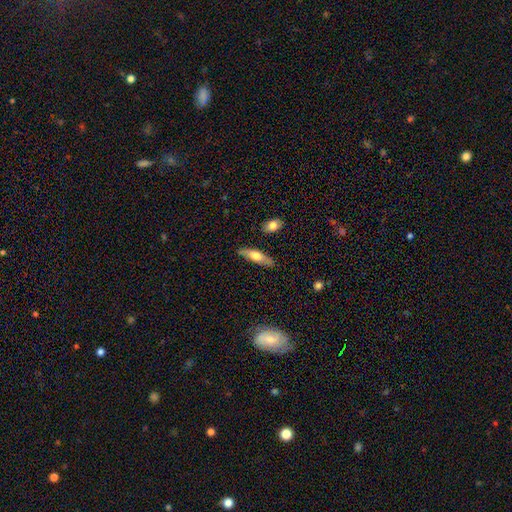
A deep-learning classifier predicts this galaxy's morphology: Smooth or featured? smooth (61%)
How rounded? cigar-shaped (58%)
Merging? none (82%)